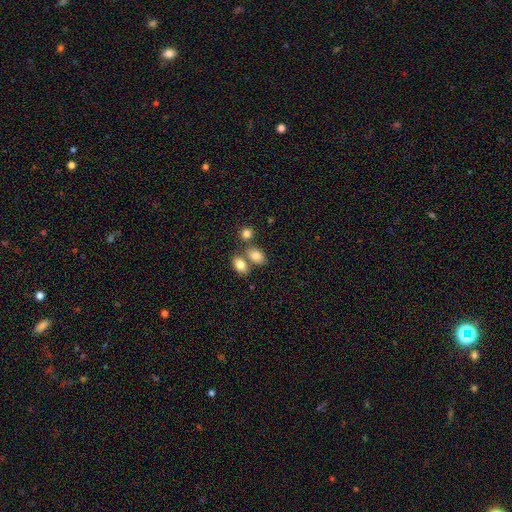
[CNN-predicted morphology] Smooth or featured: smooth — 82% (featured or disk — 9%)
How rounded: in between — 82% (round — 16%)
Merging: none — 52% (merger — 32%)